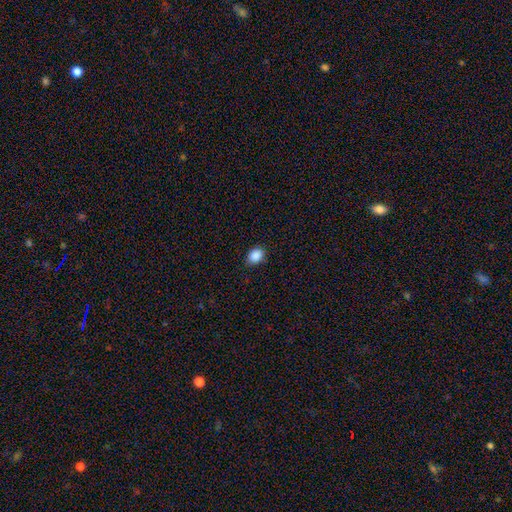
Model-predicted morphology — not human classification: Smooth or featured: smooth — 88% (star or artifact — 9%)
How rounded: in between — 68% (round — 31%)
Merging: none — 83% (minor disturbance — 13%)